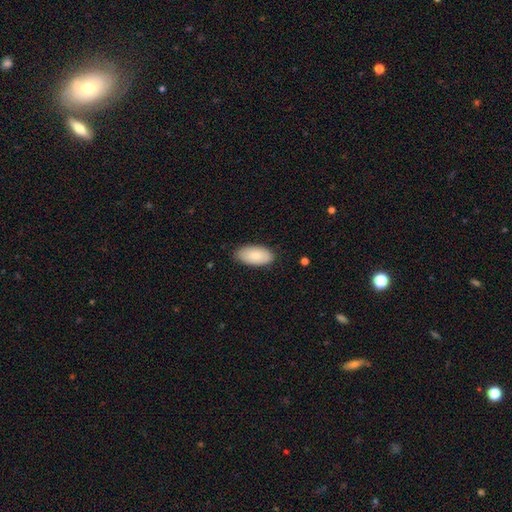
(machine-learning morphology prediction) type=smooth (81%); roundness=in between (95%); merging=none (82%).